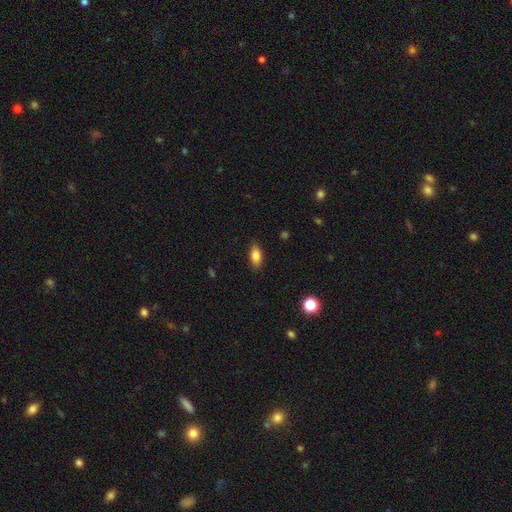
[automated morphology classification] Smooth or featured? smooth (82%)
How rounded? in between (82%)
Merging? none (87%)